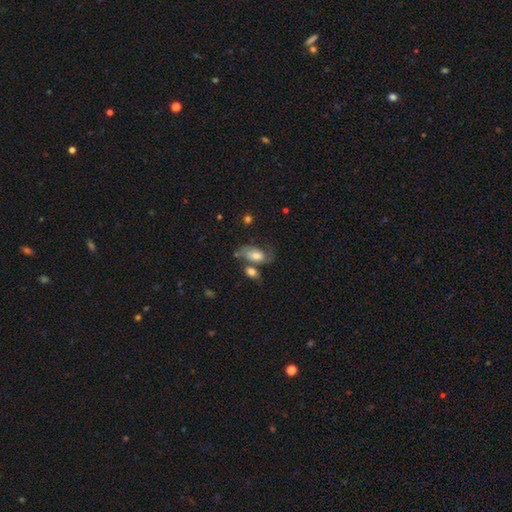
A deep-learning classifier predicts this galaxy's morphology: type=smooth (46%); merging=none (41%).